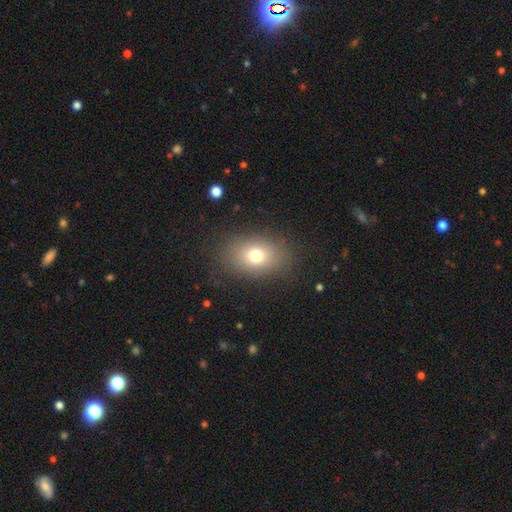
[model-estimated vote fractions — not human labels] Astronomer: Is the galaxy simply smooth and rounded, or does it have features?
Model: smooth — 74%.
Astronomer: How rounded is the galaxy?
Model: in between — 72%.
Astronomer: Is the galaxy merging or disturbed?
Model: none — 83%.